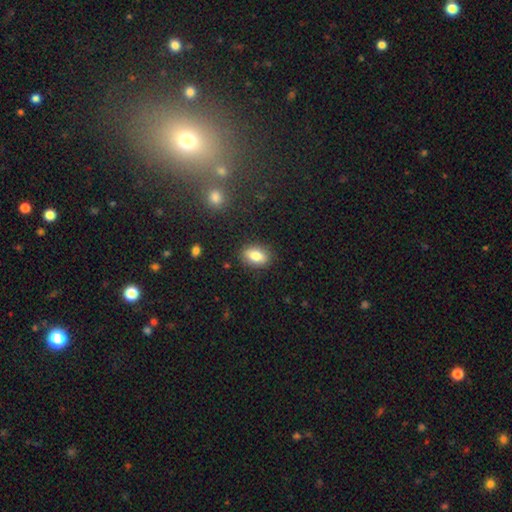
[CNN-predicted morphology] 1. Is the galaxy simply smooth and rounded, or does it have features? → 80% smooth, 11% featured or disk, 8% star or artifact.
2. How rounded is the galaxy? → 85% in between, 11% round, 3% cigar-shaped.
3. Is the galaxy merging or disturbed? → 85% none, 10% minor disturbance, 3% major disturbance, 2% merger.